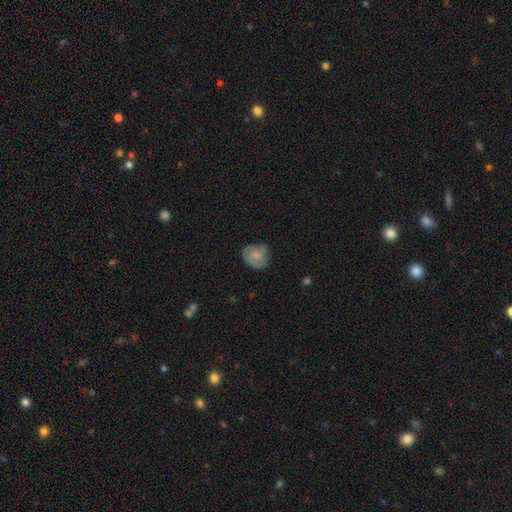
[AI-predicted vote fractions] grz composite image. It shows a smooth galaxy with no disk features (63%) that is round (64%). Merging: none (57%).